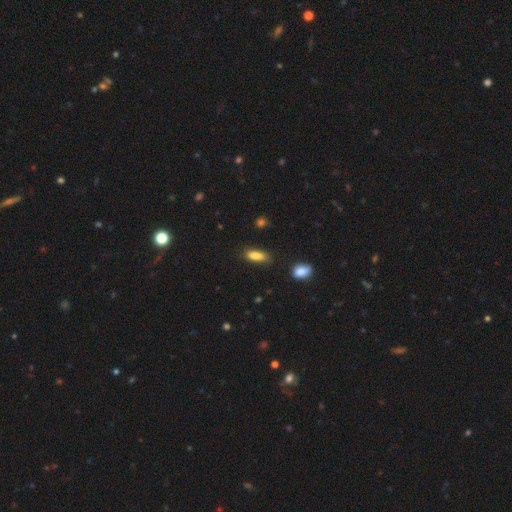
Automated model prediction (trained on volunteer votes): Morphology: type=smooth (86%); roundness=in between (69%); merging=none (77%).